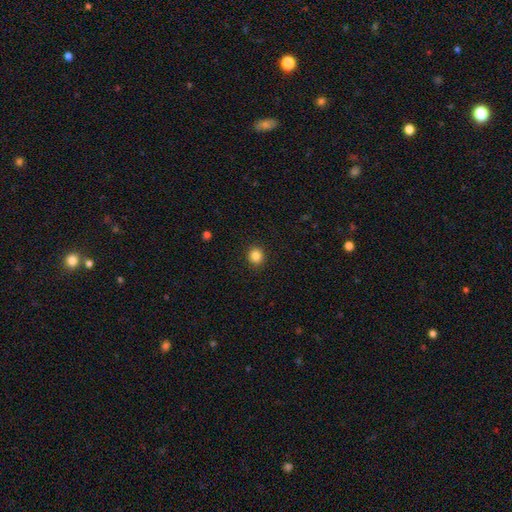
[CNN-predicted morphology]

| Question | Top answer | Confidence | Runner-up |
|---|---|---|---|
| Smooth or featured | smooth | 85% | star or artifact (11%) |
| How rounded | round | 87% | in between (12%) |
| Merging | none | 92% | minor disturbance (5%) |